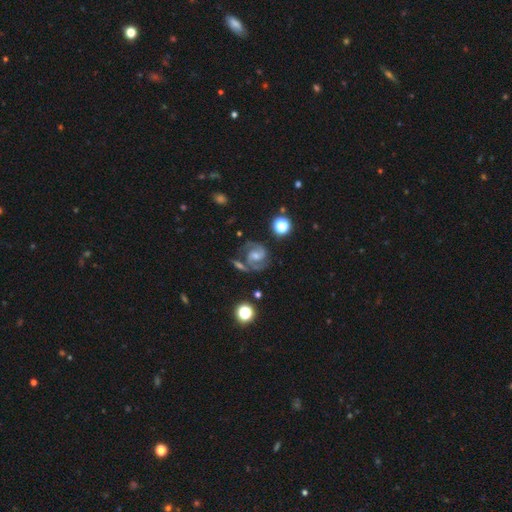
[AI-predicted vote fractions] featured or disk 84%, star or artifact 8%, smooth 7%. Down the decision tree: edge-on disk — no (98%); bar — weak (43%); spiral arms — yes (97%); spiral arm count — 2 (87%); spiral winding — medium (55%); bulge size — moderate (47%); merging — none (65%).